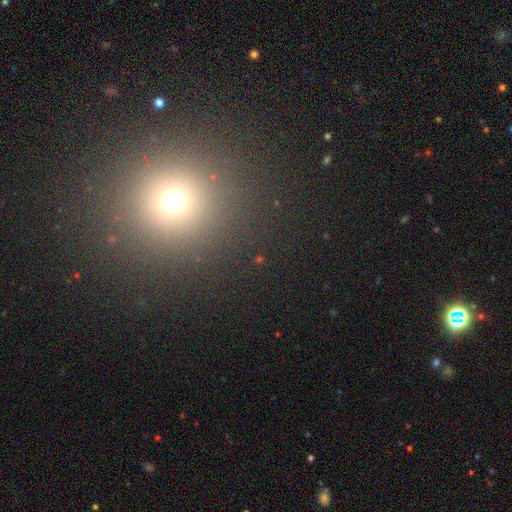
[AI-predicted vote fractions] smooth 59%, star or artifact 34%, featured or disk 8%. Down the decision tree: how rounded — round (92%); merging — none (89%).